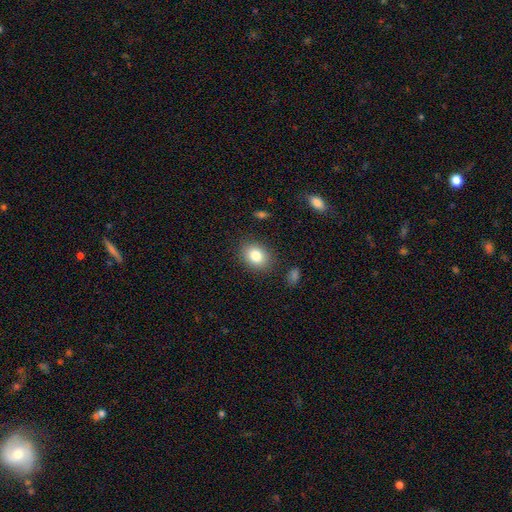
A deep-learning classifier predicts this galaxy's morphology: Smooth or featured?
  - smooth: 82% *
  - star or artifact: 10%
  - featured or disk: 8%
How rounded?
  - in between: 52% *
  - round: 47%
  - cigar-shaped: 1%
Merging?
  - none: 86% *
  - minor disturbance: 10%
  - major disturbance: 3%
  - merger: 2%